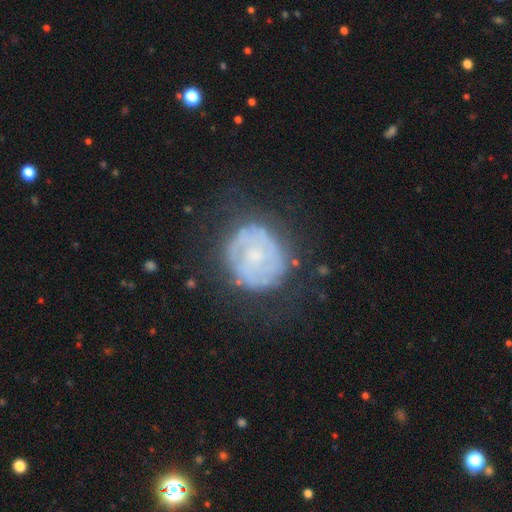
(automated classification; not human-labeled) Smooth or featured? featured or disk (67%)
Edge-on disk? no (98%)
Bar? no (74%)
Spiral arms? yes (65%)
Bulge size? small (53%)
Merging? none (65%)